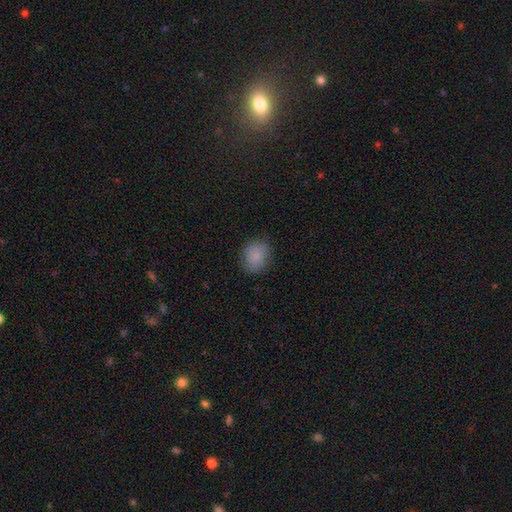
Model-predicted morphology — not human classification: This is clearly a smooth galaxy (86%). How rounded: likely round (60%). Merging: clearly none (83%).